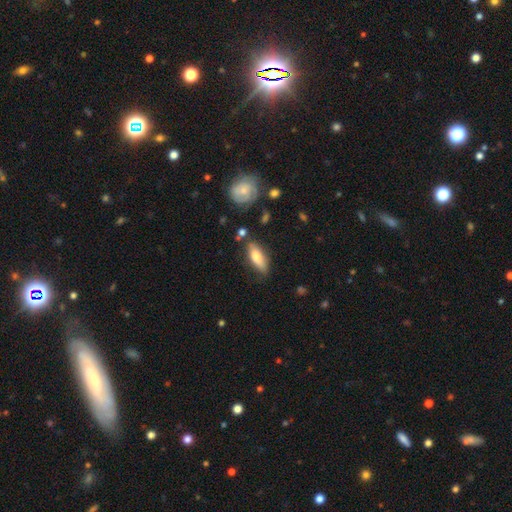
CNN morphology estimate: This is likely a smooth galaxy (71%). How rounded: likely in between (66%). Merging: likely none (73%).